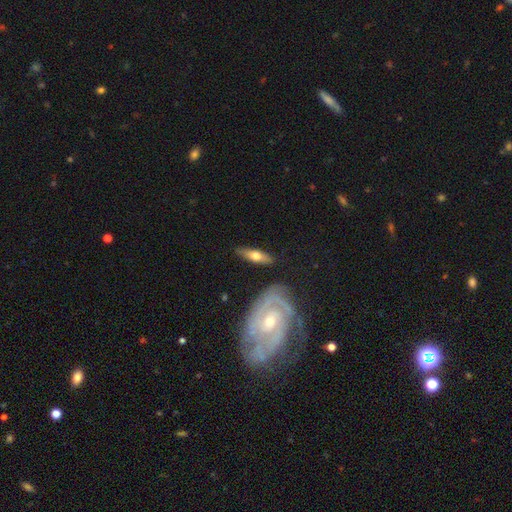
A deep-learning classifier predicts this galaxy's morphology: The model was most divided on "smooth or featured": featured or disk: 51%, smooth: 44%, star or artifact: 5%. More confident: merging — none (81%); edge-on disk — yes (65%).